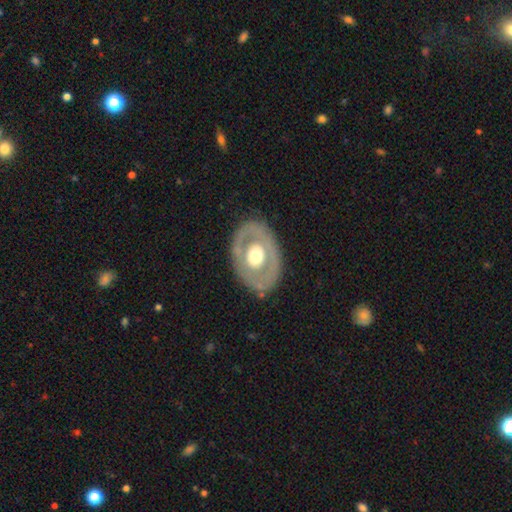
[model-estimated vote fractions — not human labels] Overall: featured or disk (58%; smooth 37%). Edge-on disk: no (92%). Bar: no (88%). Spiral arms: no (89%). Bulge size: moderate (61%; large 31%). Merging: none (80%).